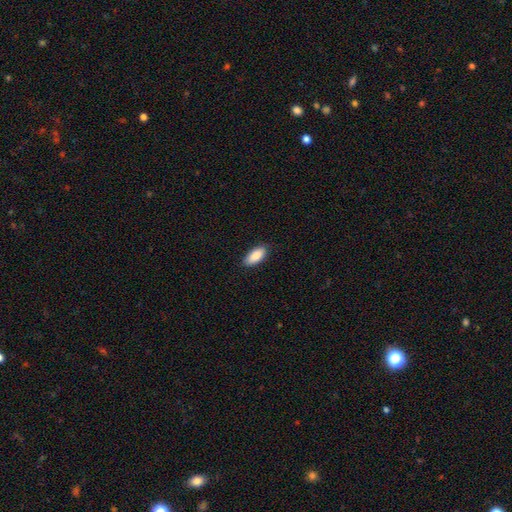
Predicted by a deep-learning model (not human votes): This is clearly a smooth galaxy (89%). How rounded: clearly in between (90%). Merging: clearly none (86%).